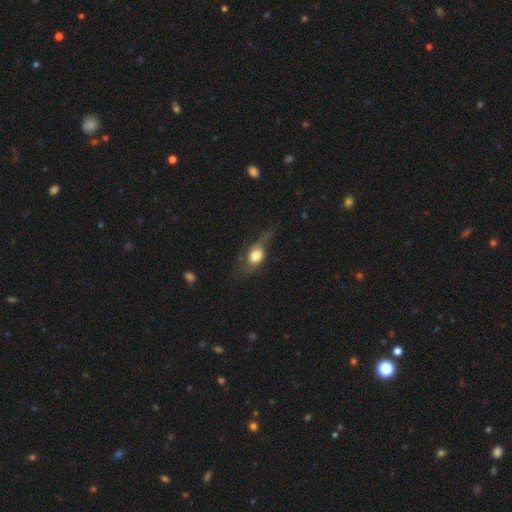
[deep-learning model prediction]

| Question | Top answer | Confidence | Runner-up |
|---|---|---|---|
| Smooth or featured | smooth | 59% | featured or disk (32%) |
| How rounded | in between | 59% | round (33%) |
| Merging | none | 41% | major disturbance (29%) |